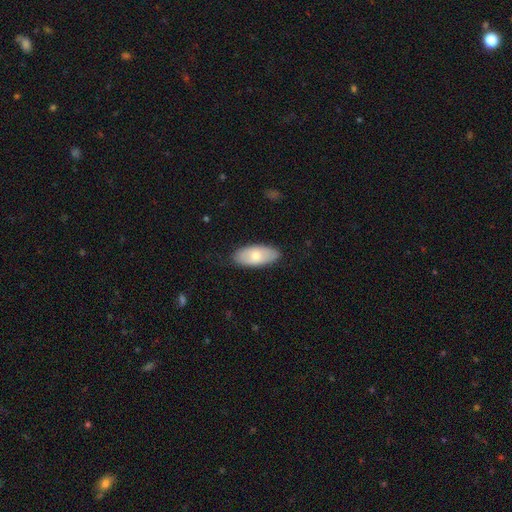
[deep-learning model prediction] smooth_or_featured: smooth (p=0.69) [alt: featured or disk p=0.26]
how_rounded: in between (p=0.90) [alt: cigar-shaped p=0.07]
merging: none (p=0.85) [alt: minor disturbance p=0.12]